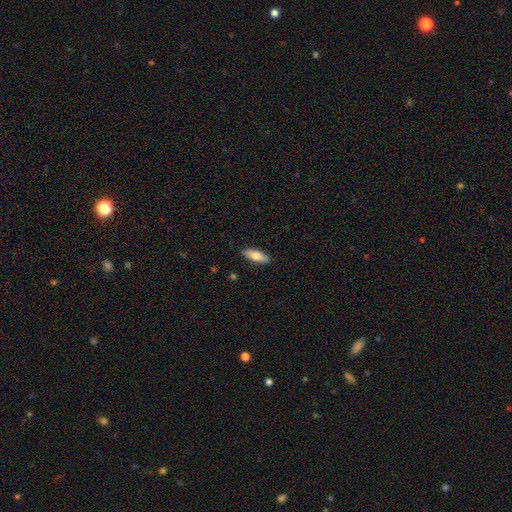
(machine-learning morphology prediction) A smooth galaxy with no disk features (77%) that is in between round and cigar-shaped (67%). Merging: none (89%).